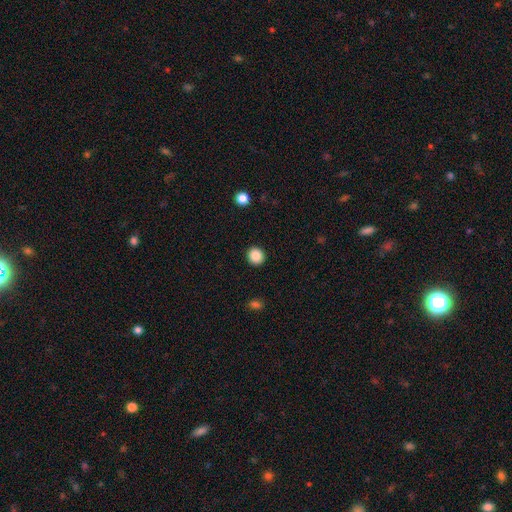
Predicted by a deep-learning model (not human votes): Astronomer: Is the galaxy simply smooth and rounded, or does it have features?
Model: smooth — 87%.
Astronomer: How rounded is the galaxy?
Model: round — 92%.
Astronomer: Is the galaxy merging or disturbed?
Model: none — 93%.